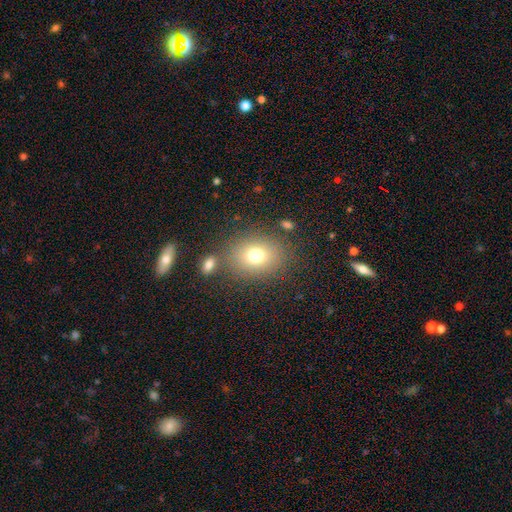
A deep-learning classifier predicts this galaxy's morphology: Smooth or featured? Predicted: smooth (p=0.75). How rounded? Predicted: in between (p=0.53). Merging? Predicted: none (p=0.75).